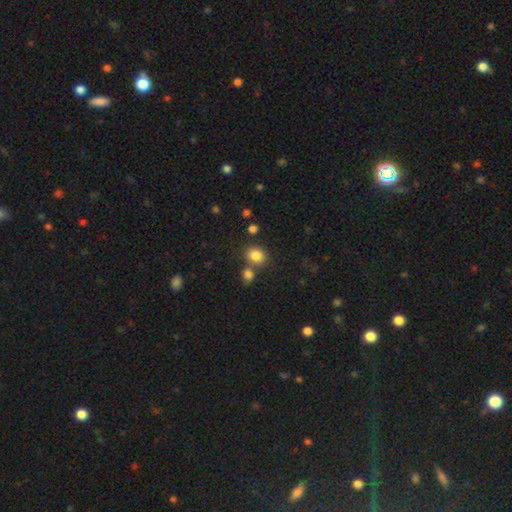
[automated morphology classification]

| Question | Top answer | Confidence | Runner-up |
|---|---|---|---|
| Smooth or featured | smooth | 83% | star or artifact (11%) |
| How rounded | round | 54% | in between (45%) |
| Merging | none | 63% | merger (23%) |